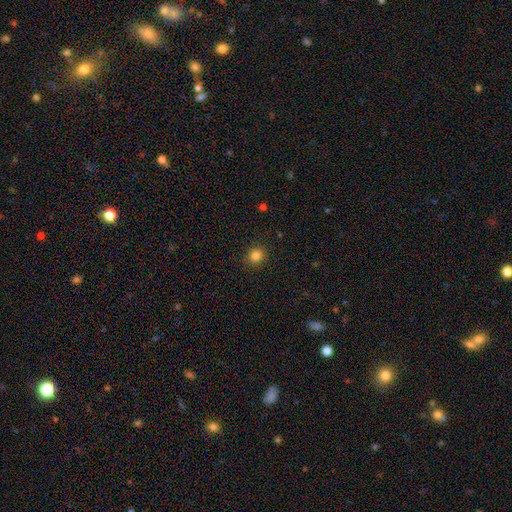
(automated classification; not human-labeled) smooth 84%, star or artifact 12%, featured or disk 4%. Down the decision tree: how rounded — round (86%); merging — none (90%).